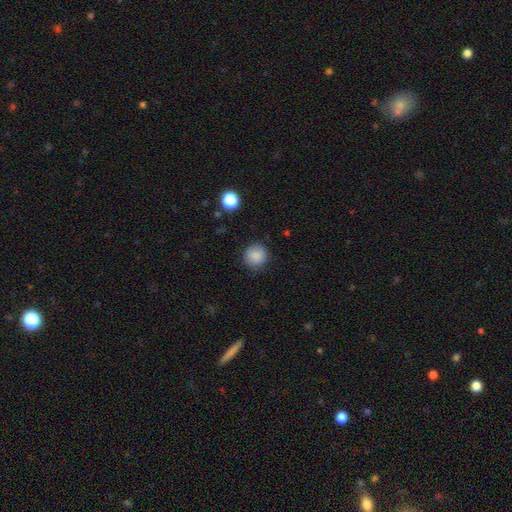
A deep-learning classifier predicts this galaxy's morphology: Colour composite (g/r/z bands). It shows a smooth galaxy with no disk features (86%) that is round (91%). Merging: none (87%).